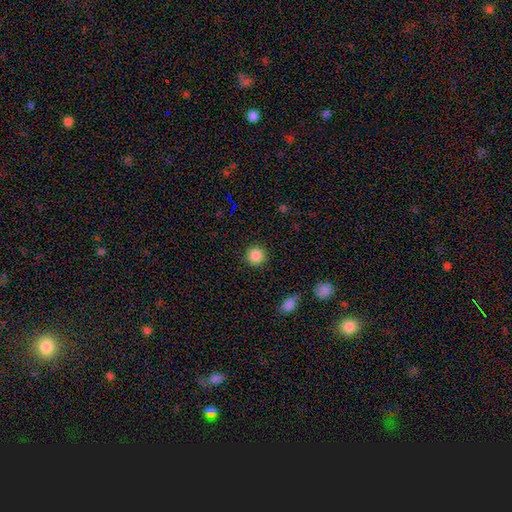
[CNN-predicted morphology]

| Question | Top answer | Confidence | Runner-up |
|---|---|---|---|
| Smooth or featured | smooth | 86% | star or artifact (10%) |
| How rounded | round | 94% | in between (5%) |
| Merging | none | 91% | minor disturbance (6%) |